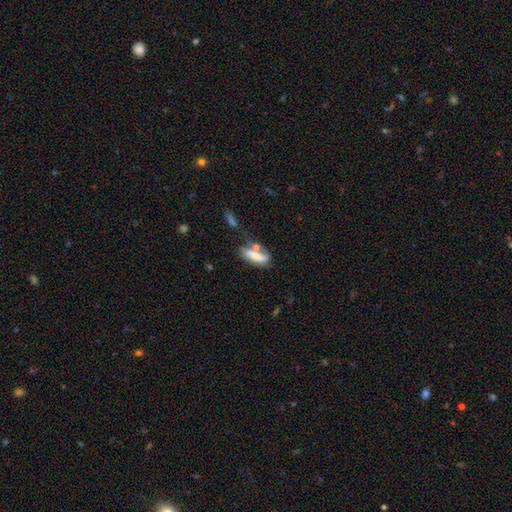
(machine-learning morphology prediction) Smooth or featured: smooth — 65% (featured or disk — 27%)
How rounded: in between — 62% (cigar-shaped — 35%)
Merging: none — 43% (merger — 23%)